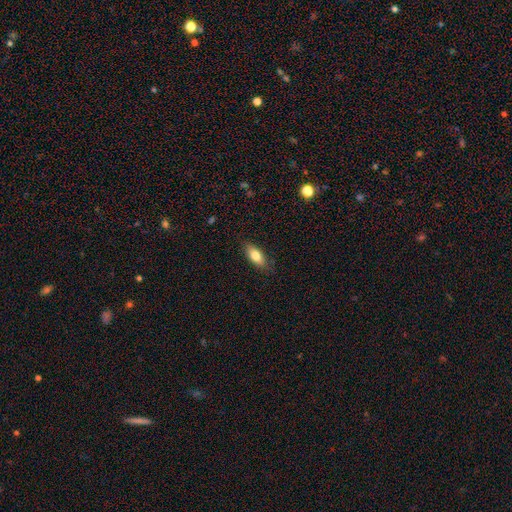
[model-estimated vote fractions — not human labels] The model was most divided on "how rounded": in between: 80%, cigar-shaped: 18%, round: 3%. More confident: merging — none (84%); smooth or featured — smooth (79%).